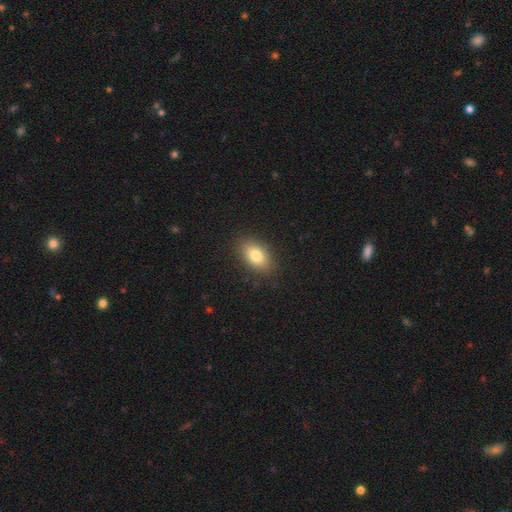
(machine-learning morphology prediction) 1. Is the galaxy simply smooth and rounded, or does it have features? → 81% smooth, 11% featured or disk, 8% star or artifact.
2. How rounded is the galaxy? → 89% in between, 8% round, 3% cigar-shaped.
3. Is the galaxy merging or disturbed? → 87% none, 9% minor disturbance, 3% major disturbance, 1% merger.